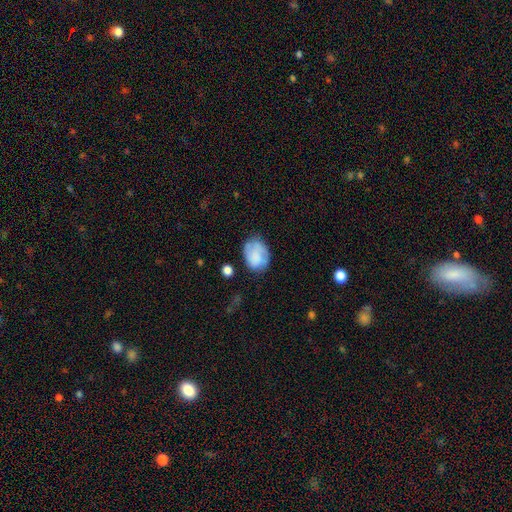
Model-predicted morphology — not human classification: The model was most divided on "merging": none: 61%, minor disturbance: 26%, major disturbance: 9%, merger: 4%. More confident: smooth or featured — smooth (71%); how rounded — in between (68%).